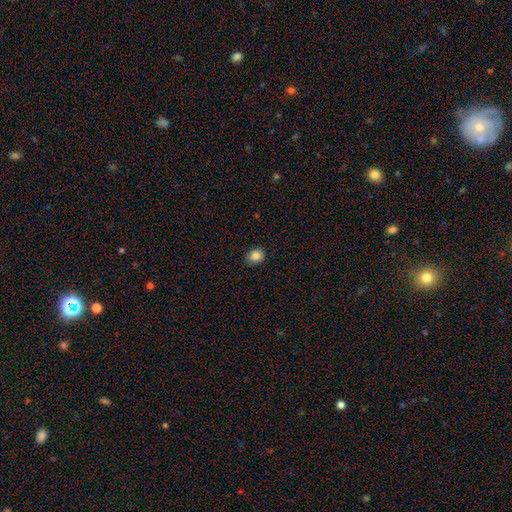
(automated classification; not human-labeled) Smooth or featured: smooth — 85% (star or artifact — 10%)
How rounded: round — 56% (in between — 43%)
Merging: none — 88% (minor disturbance — 9%)